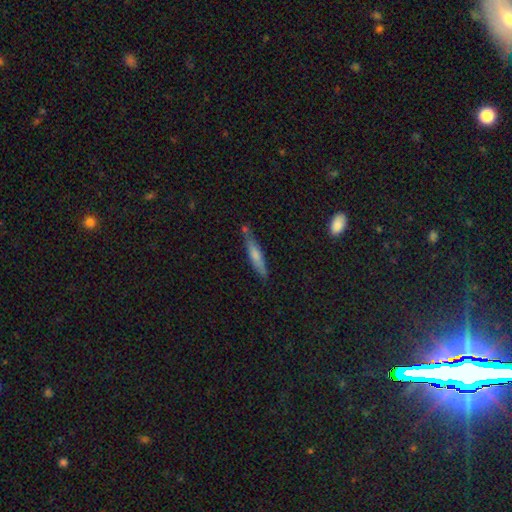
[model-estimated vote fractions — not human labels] This appears to be a smooth galaxy with no disk features (61%) that is cigar-shaped (89%). Merging: none (75%).